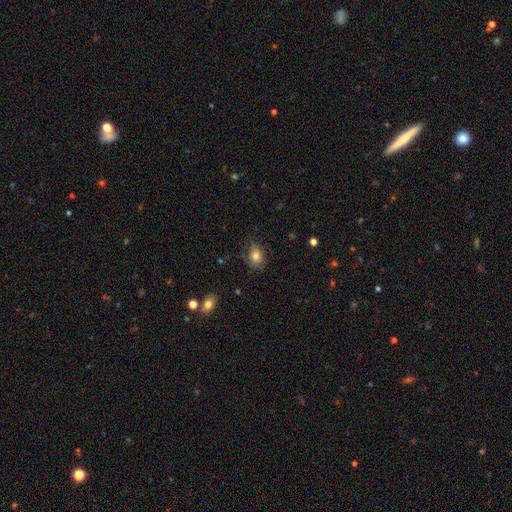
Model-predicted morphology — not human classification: smooth_or_featured: smooth (p=0.80) [alt: featured or disk p=0.10]
how_rounded: in between (p=0.65) [alt: round p=0.34]
merging: none (p=0.69) [alt: minor disturbance p=0.24]